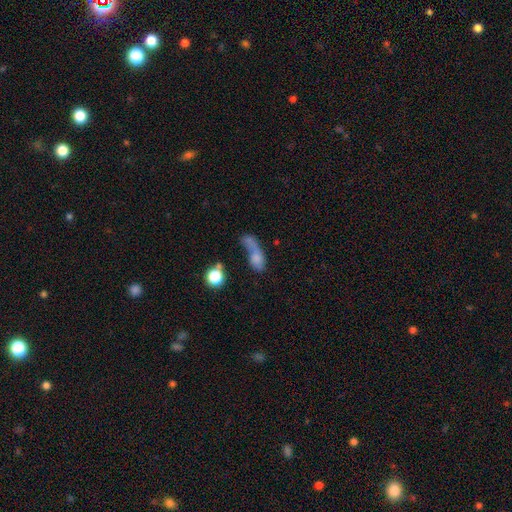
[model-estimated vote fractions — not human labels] This is possibly a smooth galaxy (60%). How rounded: possibly in between (56%). Merging: marginally major disturbance (32%, tied with merger).